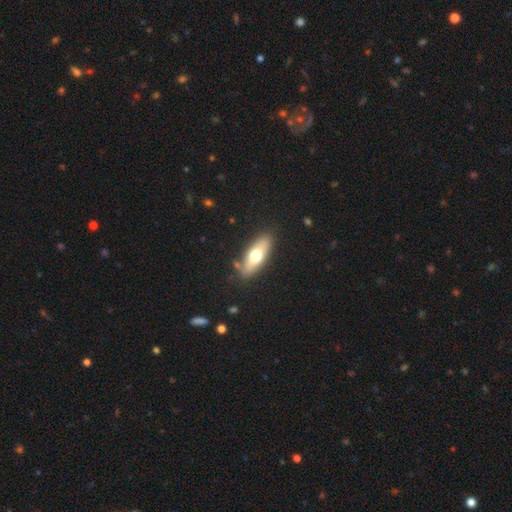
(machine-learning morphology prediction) Smooth or featured?
  - smooth: 62% *
  - featured or disk: 32%
  - star or artifact: 6%
How rounded?
  - in between: 64% *
  - cigar-shaped: 33%
  - round: 3%
Merging?
  - none: 84% *
  - minor disturbance: 11%
  - merger: 3%
  - major disturbance: 3%